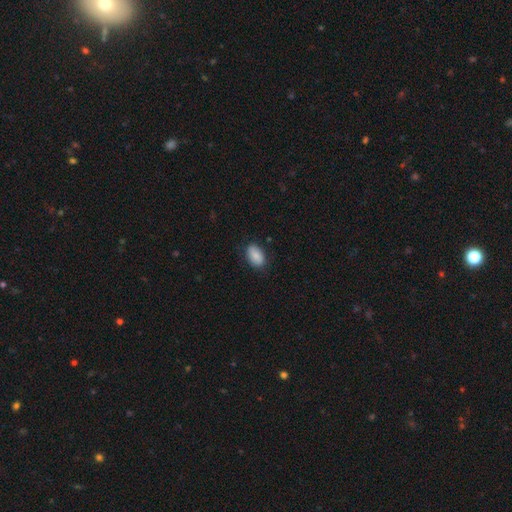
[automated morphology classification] This appears to be a smooth galaxy with no disk features (85%) that is in between round and cigar-shaped (91%). Merging: none (81%).